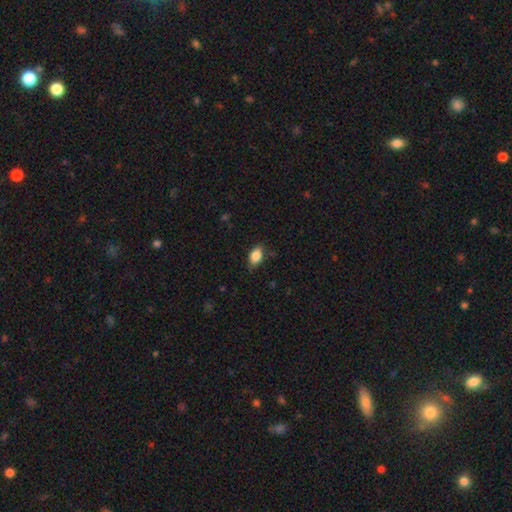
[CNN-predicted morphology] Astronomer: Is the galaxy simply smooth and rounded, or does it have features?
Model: smooth — 85%.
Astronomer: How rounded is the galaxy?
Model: in between — 89%.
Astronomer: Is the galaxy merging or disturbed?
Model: none — 77%.